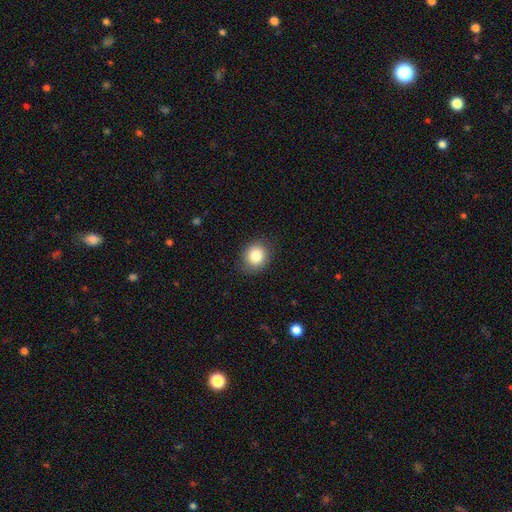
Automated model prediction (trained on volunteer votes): smooth 83%, star or artifact 10%, featured or disk 7%. Down the decision tree: how rounded — round (74%); merging — none (85%).